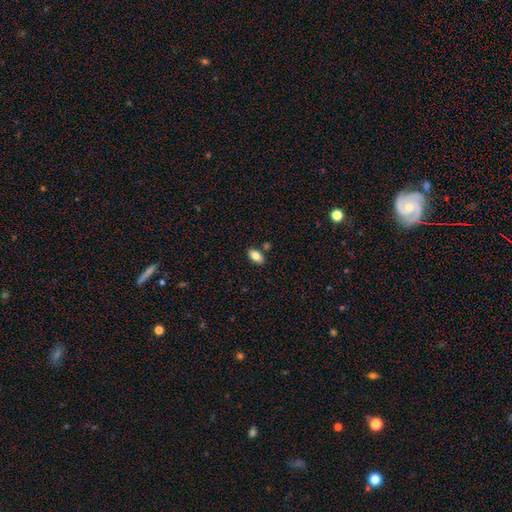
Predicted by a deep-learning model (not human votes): Smooth or featured?
  - smooth: 82% *
  - featured or disk: 11%
  - star or artifact: 8%
How rounded?
  - in between: 92% *
  - cigar-shaped: 4%
  - round: 4%
Merging?
  - none: 83% *
  - minor disturbance: 10%
  - merger: 6%
  - major disturbance: 2%